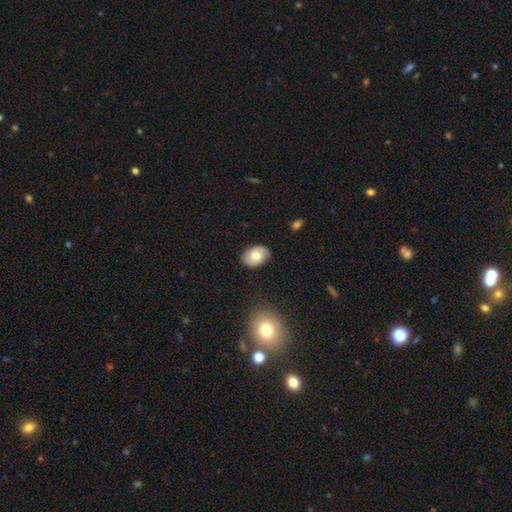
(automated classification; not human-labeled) A smooth galaxy with no disk features (73%) that is in between round and cigar-shaped (83%).

Vote fractions:
- Smooth or featured? smooth: 73% / featured or disk: 20% / star or artifact: 7%
- How rounded? in between: 83% / round: 16% / cigar-shaped: 1%
- Merging? none: 84% / minor disturbance: 12% / major disturbance: 2% / merger: 1%